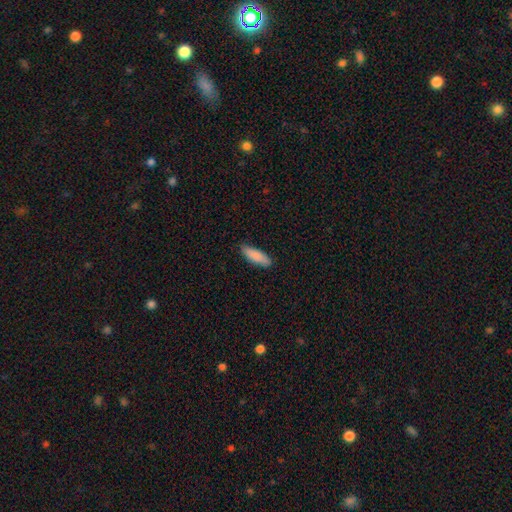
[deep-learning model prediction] The model was most divided on "how rounded": in between: 56%, cigar-shaped: 43%, round: 2%. More confident: smooth or featured — smooth (87%); merging — none (79%).